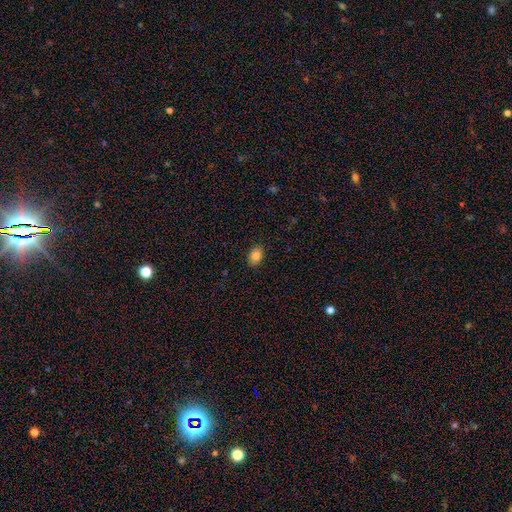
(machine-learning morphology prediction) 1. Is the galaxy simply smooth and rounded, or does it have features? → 85% smooth, 9% star or artifact, 6% featured or disk.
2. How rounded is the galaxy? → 75% in between, 24% round, 1% cigar-shaped.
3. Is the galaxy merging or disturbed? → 88% none, 9% minor disturbance, 2% major disturbance, 1% merger.